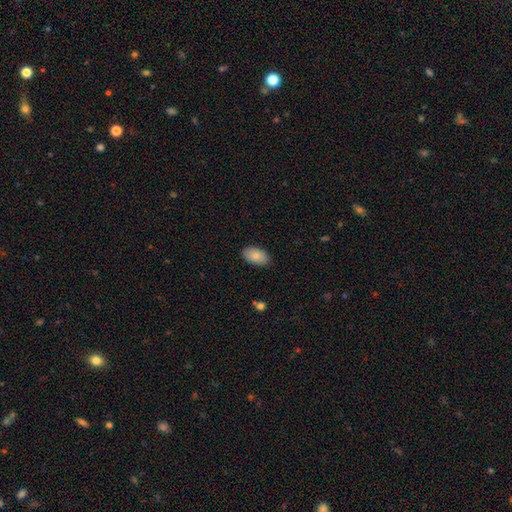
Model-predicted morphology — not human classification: The model was most divided on "merging": none: 86%, minor disturbance: 11%, major disturbance: 2%, merger: 1%. More confident: how rounded — in between (94%); smooth or featured — smooth (85%).